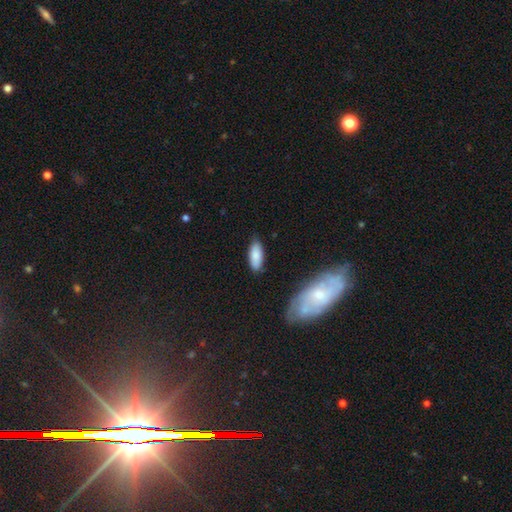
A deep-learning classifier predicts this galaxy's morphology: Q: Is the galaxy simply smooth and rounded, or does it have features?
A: smooth — 84%.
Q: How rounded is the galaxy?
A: in between — 80%.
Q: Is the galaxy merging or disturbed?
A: none — 80%.